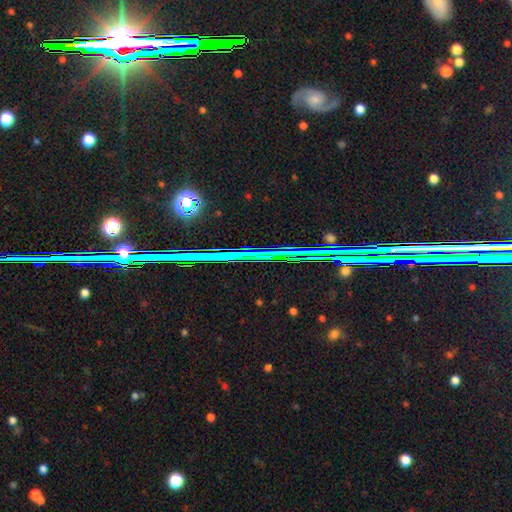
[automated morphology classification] A star or artifact, not a galaxy (80%).